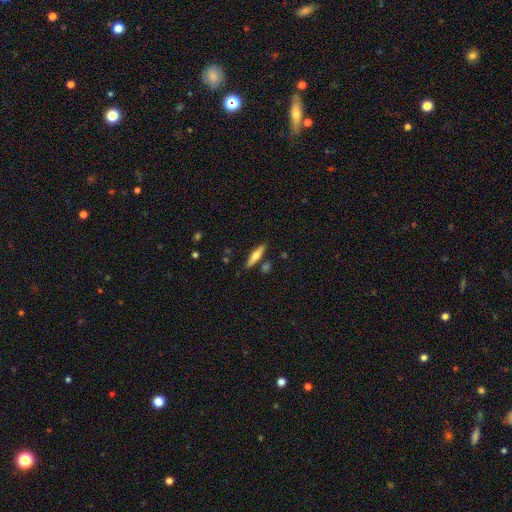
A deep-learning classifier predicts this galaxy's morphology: smooth-or-featured: smooth: 51% | featured or disk: 43% | star or artifact: 6%
  how-rounded: cigar-shaped: 79% | in between: 19% | round: 2%
  merging: none: 82% | minor disturbance: 10% | merger: 6% | major disturbance: 2%